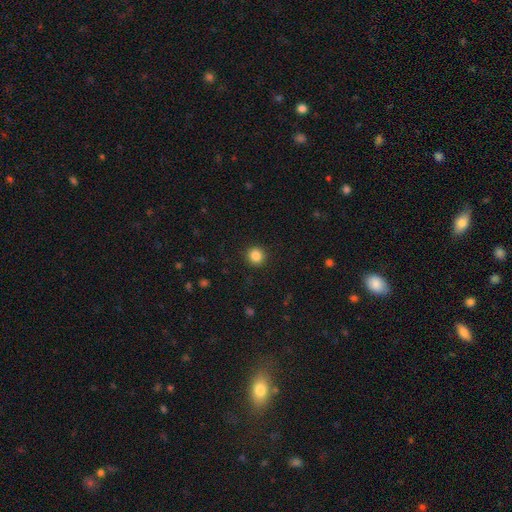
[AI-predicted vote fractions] Morphology: type=smooth (86%); roundness=round (93%); merging=none (92%).